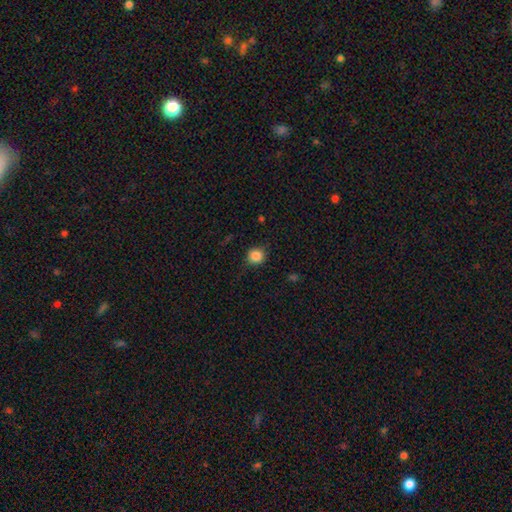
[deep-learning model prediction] smooth 85%, star or artifact 11%, featured or disk 5%. Down the decision tree: how rounded — round (91%); merging — none (85%).